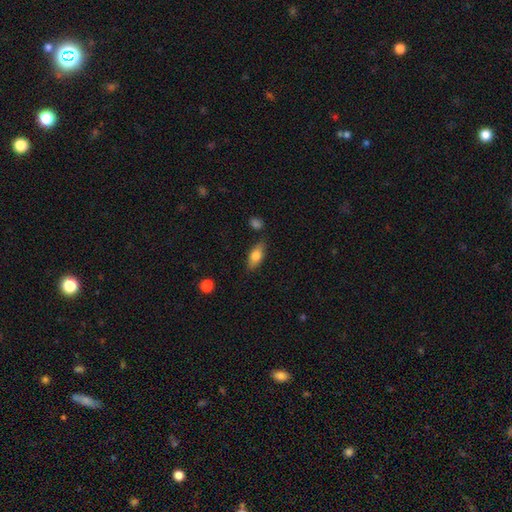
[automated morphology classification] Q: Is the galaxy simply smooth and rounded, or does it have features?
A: smooth — 73%.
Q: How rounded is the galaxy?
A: in between — 81%.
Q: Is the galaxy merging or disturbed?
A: none — 81%.